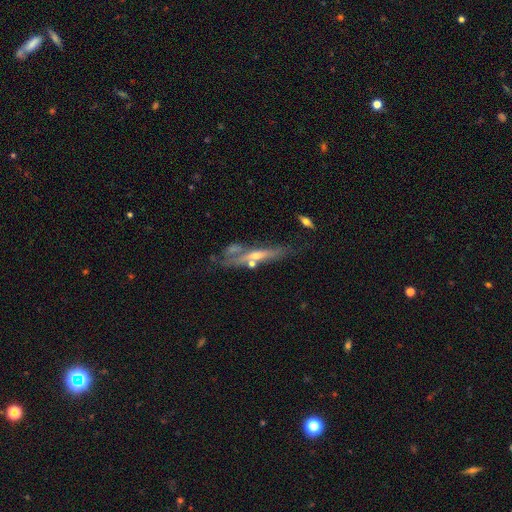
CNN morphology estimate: A featured or disk galaxy (67%) viewed edge-on (75%) with a rounded central bulge (70%).

Vote fractions:
- Smooth or featured? featured or disk: 67% / smooth: 24% / star or artifact: 9%
- Edge-on disk? yes: 75% / no: 25%
- Edge-on bulge? rounded: 70% / none: 24% / boxy: 6%
- Merging? none: 51% / minor disturbance: 19% / merger: 18% / major disturbance: 11%